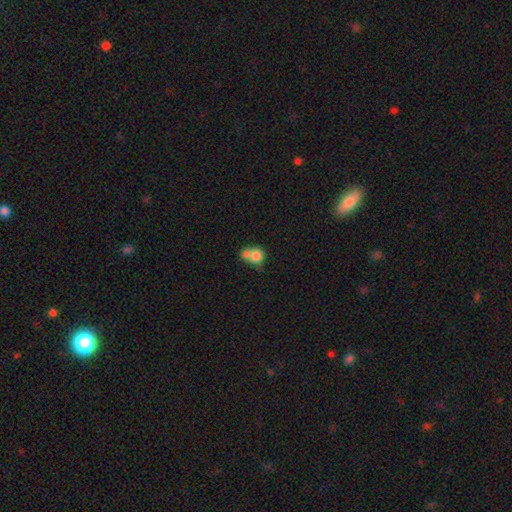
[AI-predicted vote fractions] Morphology: type=smooth (77%); roundness=round (69%); merging=merger (58%).